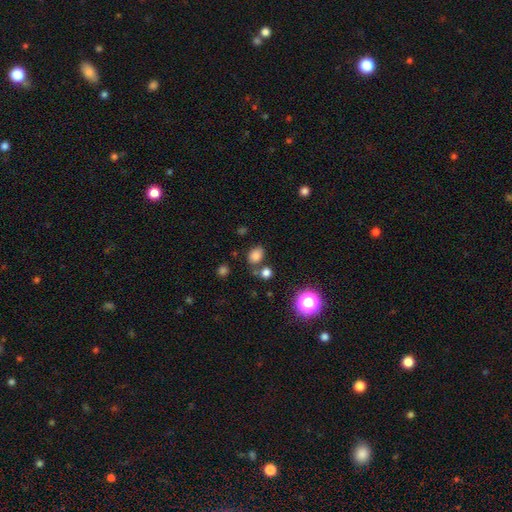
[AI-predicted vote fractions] smooth_or_featured: smooth (p=0.78) [alt: star or artifact p=0.16]
how_rounded: in between (p=0.64) [alt: round p=0.35]
merging: none (p=0.70) [alt: minor disturbance p=0.14]